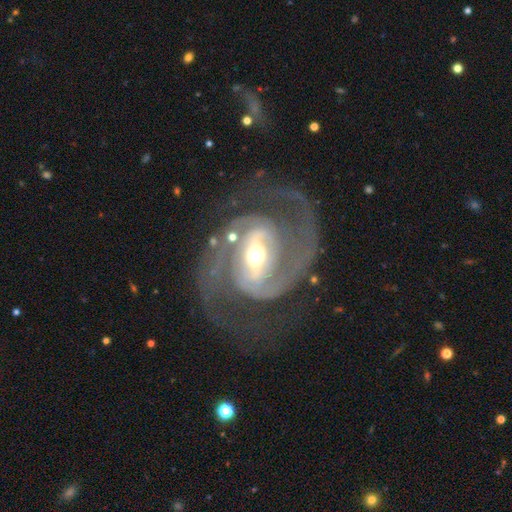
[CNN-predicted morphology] featured or disk 92%, star or artifact 4%, smooth 4%. Down the decision tree: edge-on disk — no (97%); bar — strong (50%); spiral arms — yes (97%); spiral arm count — 2 (88%); spiral winding — medium (54%); bulge size — moderate (68%); merging — none (67%).